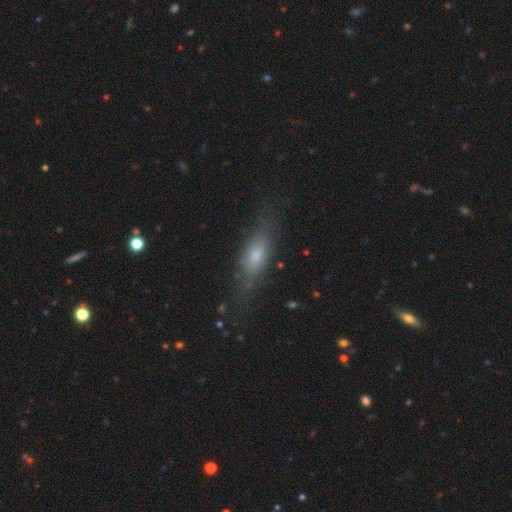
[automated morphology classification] The model was most divided on "how rounded": in between: 63%, cigar-shaped: 33%, round: 4%. More confident: merging — none (68%); smooth or featured — smooth (64%).